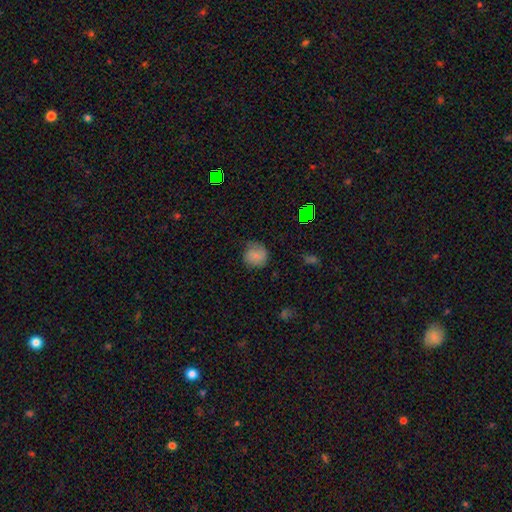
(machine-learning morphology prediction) A smooth galaxy with no disk features (76%) that is round (87%). Merging: none (67%).